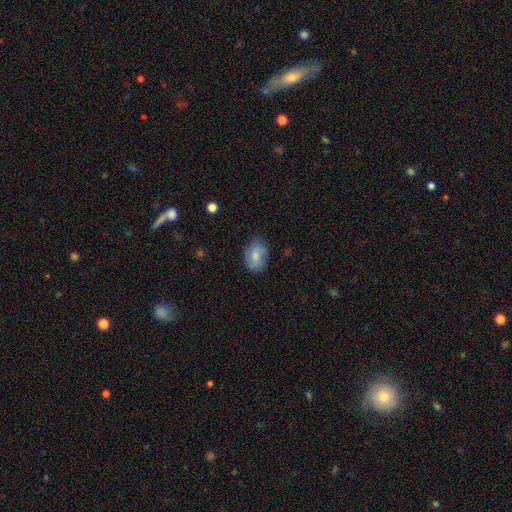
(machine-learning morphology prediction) The model was most divided on "smooth or featured": smooth: 69%, featured or disk: 24%, star or artifact: 7%. More confident: how rounded — in between (77%); merging — none (71%).